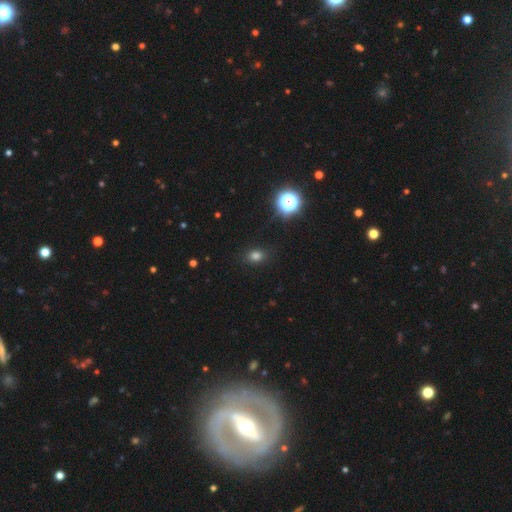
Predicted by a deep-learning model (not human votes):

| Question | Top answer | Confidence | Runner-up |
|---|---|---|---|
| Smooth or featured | smooth | 76% | star or artifact (19%) |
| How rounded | in between | 63% | round (36%) |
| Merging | none | 86% | minor disturbance (10%) |